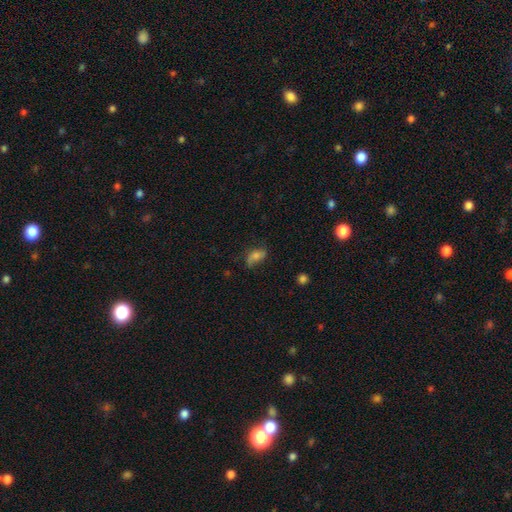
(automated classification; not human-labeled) A smooth galaxy with no disk features (56%) that is in between round and cigar-shaped (84%). Merging: none (59%).